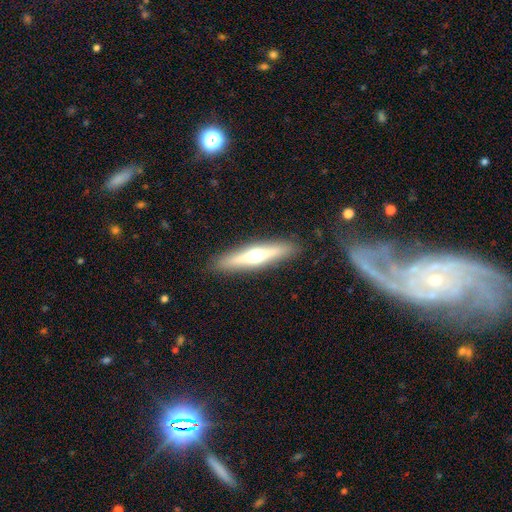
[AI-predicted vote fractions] featured or disk 59%, smooth 34%, star or artifact 7%. Down the decision tree: edge-on disk — yes (93%); edge-on bulge — rounded (94%); merging — none (89%).